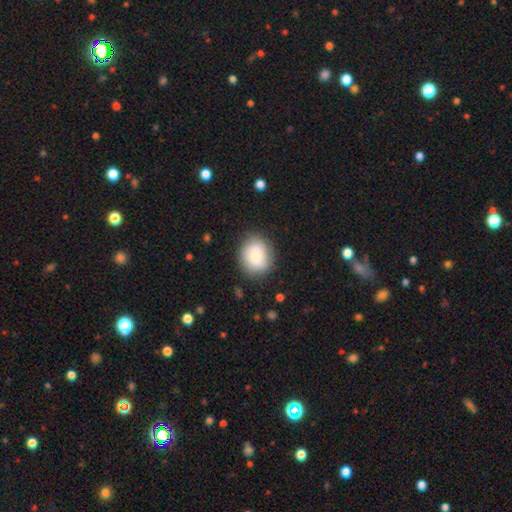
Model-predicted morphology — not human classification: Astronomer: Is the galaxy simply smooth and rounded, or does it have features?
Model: smooth — 72%.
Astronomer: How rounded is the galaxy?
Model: round — 67%.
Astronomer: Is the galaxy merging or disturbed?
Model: none — 82%.